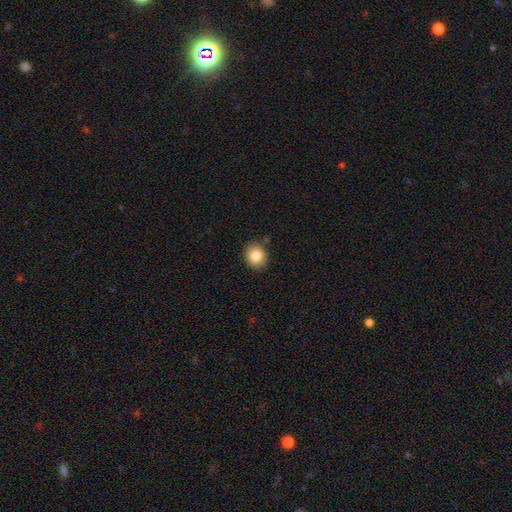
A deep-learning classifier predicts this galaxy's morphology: type=smooth (85%); roundness=round (68%); merging=none (86%).